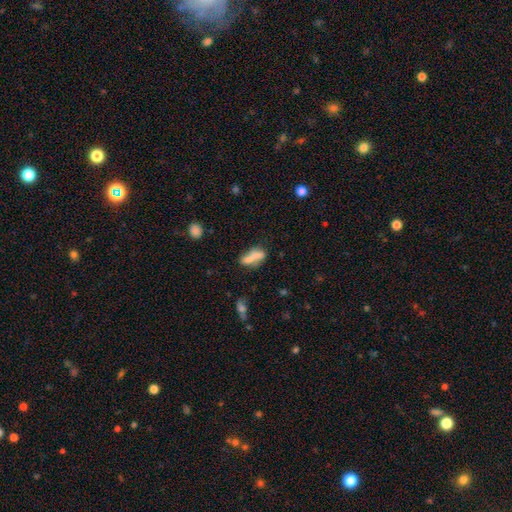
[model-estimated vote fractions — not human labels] smooth-or-featured: smooth: 65% | featured or disk: 26% | star or artifact: 9%
  how-rounded: in between: 62% | cigar-shaped: 33% | round: 5%
  merging: none: 40% | merger: 33% | minor disturbance: 18% | major disturbance: 9%